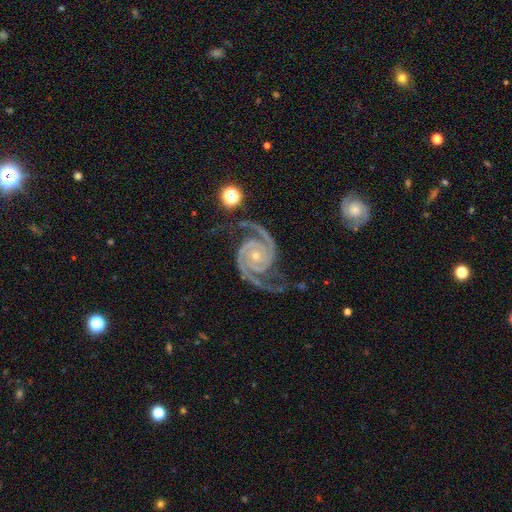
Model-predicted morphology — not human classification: This is clearly a featured or disk galaxy (94%). It is clearly not viewed edge-on (98%). Bar: likely no (74%). Spiral arm pattern: clearly yes (99%). Spiral arm count: clearly 2 (91%). Spiral winding: possibly tight (52%). Central bulge: likely small (68%). Merging: likely none (76%).